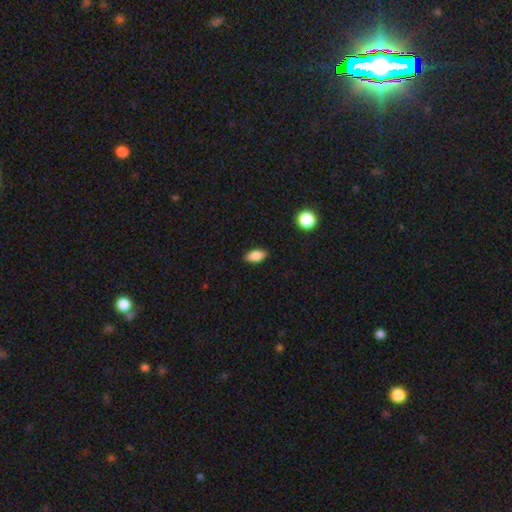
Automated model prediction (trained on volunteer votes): A smooth galaxy with no disk features (85%) that is in between round and cigar-shaped (88%).

Vote fractions:
- Smooth or featured? smooth: 85% / star or artifact: 8% / featured or disk: 7%
- How rounded? in between: 88% / cigar-shaped: 7% / round: 5%
- Merging? none: 88% / minor disturbance: 9% / major disturbance: 2% / merger: 1%